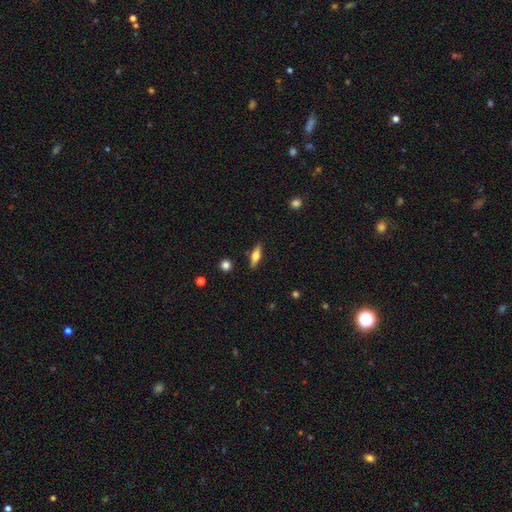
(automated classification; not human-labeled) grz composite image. It shows a smooth galaxy with no disk features (50%) that is in between round and cigar-shaped (48%, tied with cigar-shaped). Merging: none (87%).